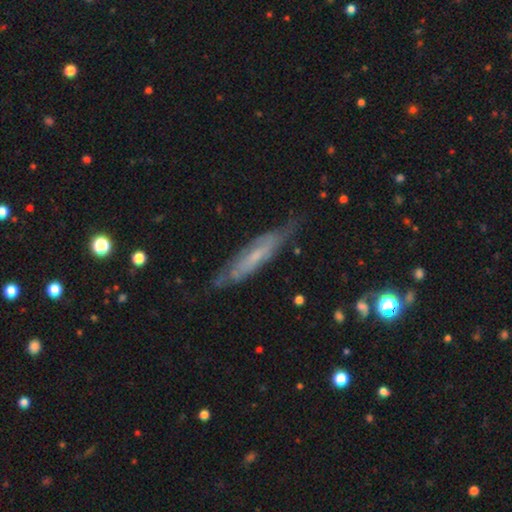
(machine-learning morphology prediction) Q: Smooth or featured?
A: featured or disk (65%); runner-up: smooth (28%)
Q: Edge-on disk?
A: no (51%); runner-up: yes (49%)
Q: Merging?
A: none (69%); runner-up: minor disturbance (22%)